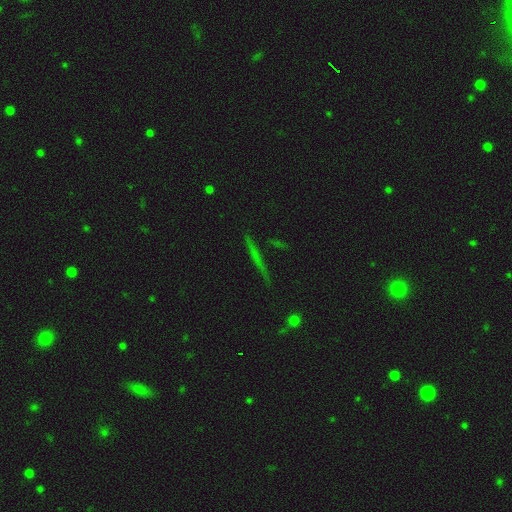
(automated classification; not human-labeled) A featured or disk galaxy (46%).

Vote fractions:
- Smooth or featured? featured or disk: 46% / smooth: 34% / star or artifact: 20%
- Merging? none: 87% / minor disturbance: 8% / major disturbance: 3% / merger: 2%